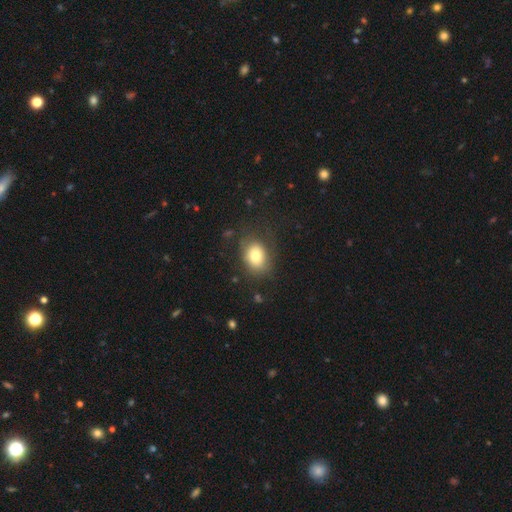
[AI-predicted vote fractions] smooth_or_featured: smooth (p=0.75) [alt: featured or disk p=0.14]
how_rounded: in between (p=0.58) [alt: round p=0.41]
merging: none (p=0.72) [alt: minor disturbance p=0.18]